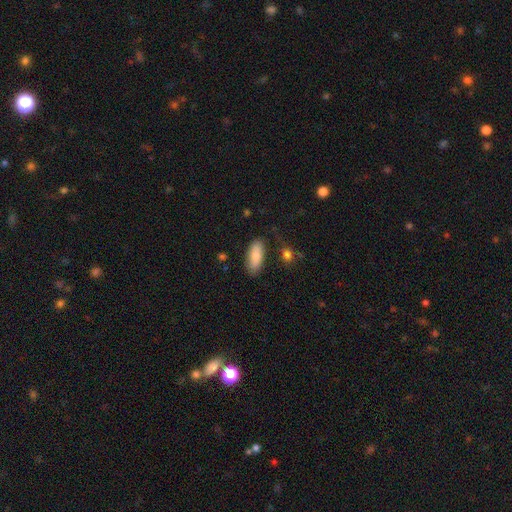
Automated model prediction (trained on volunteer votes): A smooth galaxy with no disk features (80%) that is in between round and cigar-shaped (82%). Merging: none (79%).